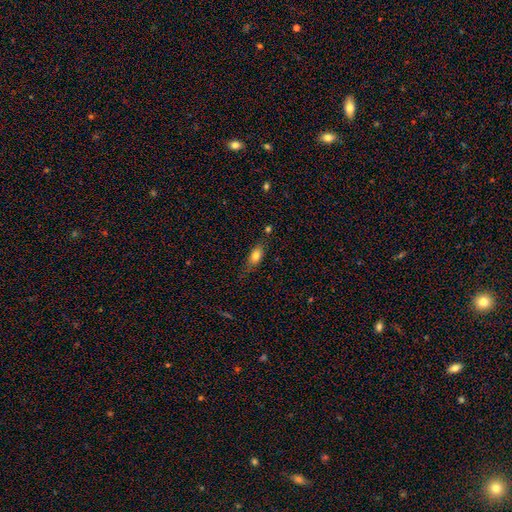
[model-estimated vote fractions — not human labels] Overall: smooth (75%). How rounded: in between (79%). Merging: none (66%).